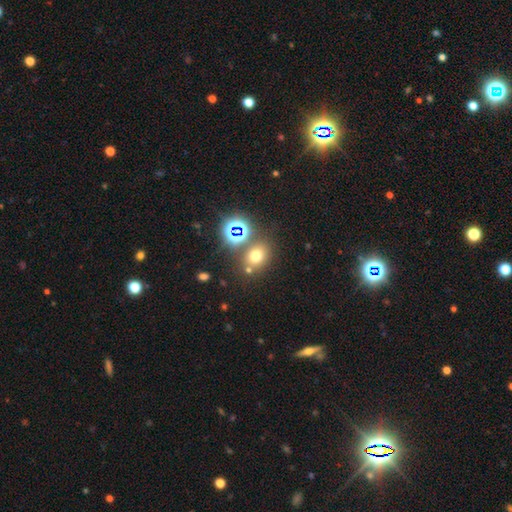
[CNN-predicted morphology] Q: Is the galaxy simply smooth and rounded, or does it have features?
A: smooth — 61%.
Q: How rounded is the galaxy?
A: round — 64%.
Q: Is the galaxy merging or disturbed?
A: none — 68%.